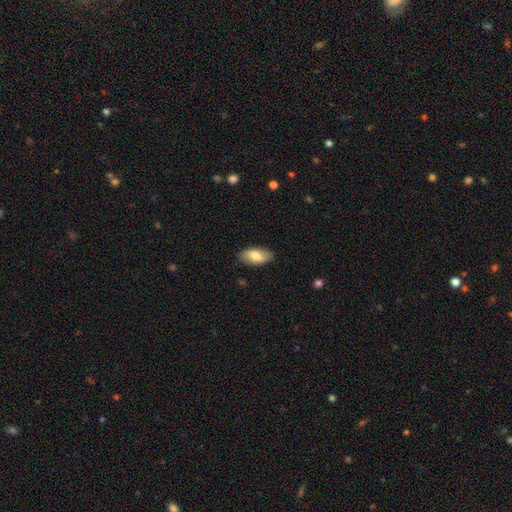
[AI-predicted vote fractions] A smooth galaxy with no disk features (76%) that is in between round and cigar-shaped (92%).

Vote fractions:
- Smooth or featured? smooth: 76% / featured or disk: 18% / star or artifact: 6%
- How rounded? in between: 92% / cigar-shaped: 5% / round: 3%
- Merging? none: 86% / minor disturbance: 11% / major disturbance: 2% / merger: 1%